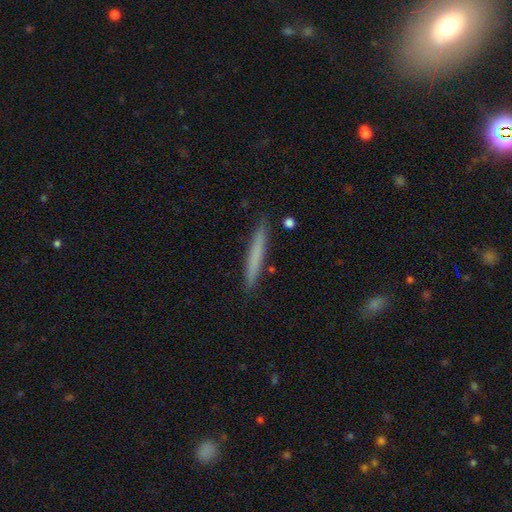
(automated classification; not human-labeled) Smooth or featured: smooth — 68% (featured or disk — 26%)
How rounded: cigar-shaped — 97% (in between — 2%)
Merging: none — 90% (minor disturbance — 7%)